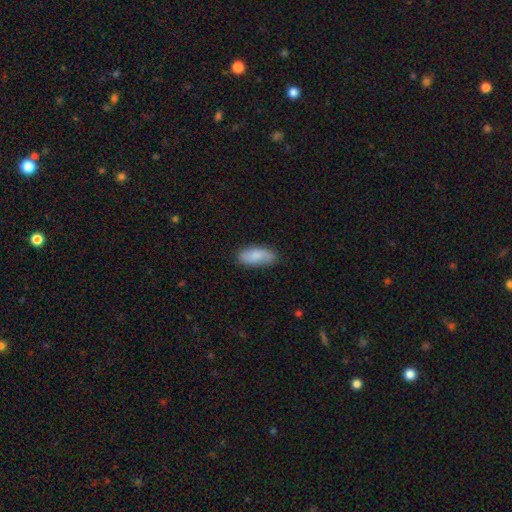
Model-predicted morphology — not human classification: smooth-or-featured: smooth: 81% | featured or disk: 13% | star or artifact: 6%
  how-rounded: in between: 84% | cigar-shaped: 14% | round: 2%
  merging: none: 79% | minor disturbance: 16% | major disturbance: 3% | merger: 1%